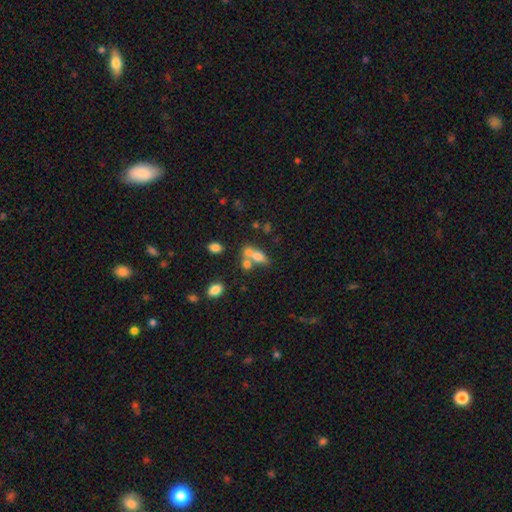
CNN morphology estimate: A smooth galaxy with no disk features (65%) that is in between round and cigar-shaped (71%).

Vote fractions:
- Smooth or featured? smooth: 65% / featured or disk: 24% / star or artifact: 12%
- How rounded? in between: 71% / round: 15% / cigar-shaped: 14%
- Merging? merger: 54% / none: 31% / minor disturbance: 10% / major disturbance: 6%